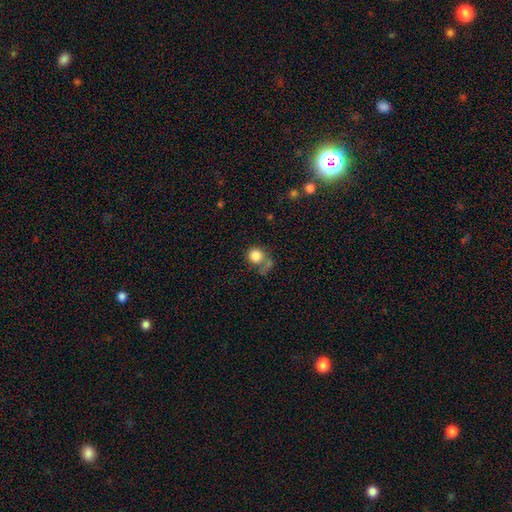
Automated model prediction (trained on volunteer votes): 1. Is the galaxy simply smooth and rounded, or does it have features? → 82% smooth, 9% star or artifact, 9% featured or disk.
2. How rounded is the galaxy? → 86% round, 13% in between, 1% cigar-shaped.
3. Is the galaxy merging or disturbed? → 45% none, 22% merger, 18% minor disturbance, 15% major disturbance.